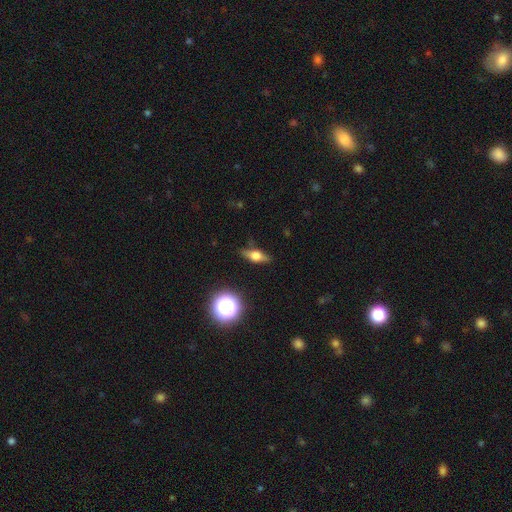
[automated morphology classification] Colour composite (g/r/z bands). It shows a featured or disk galaxy (49%). Merging: none (83%).